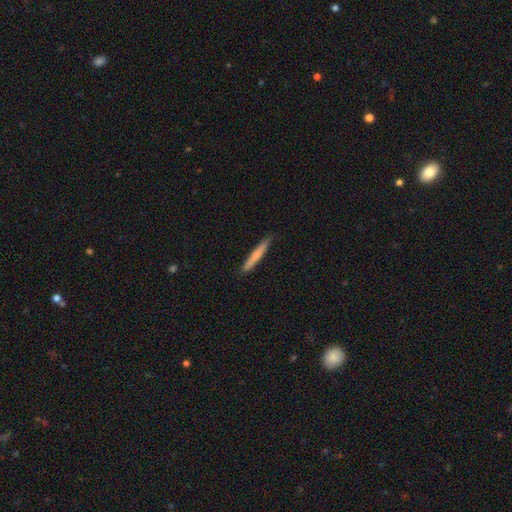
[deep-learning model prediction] This appears to be a smooth galaxy with no disk features (72%) that is cigar-shaped (96%). Merging: none (88%).